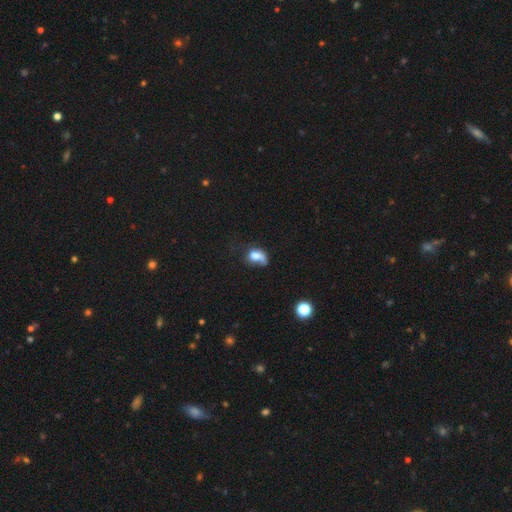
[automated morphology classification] Smooth or featured? smooth (66%)
How rounded? in between (69%)
Merging? major disturbance (37%)